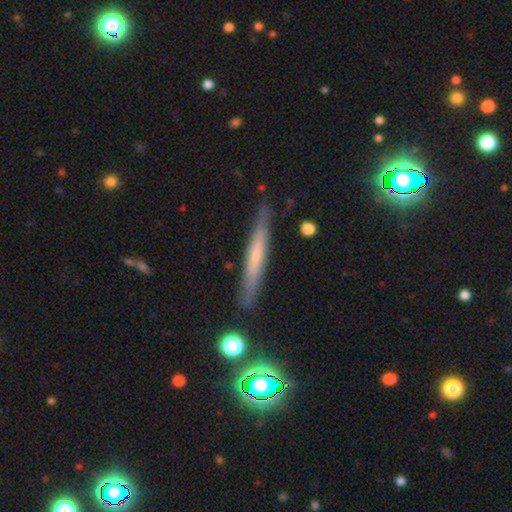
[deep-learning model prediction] Morphology: type=smooth (47%); merging=none (86%).